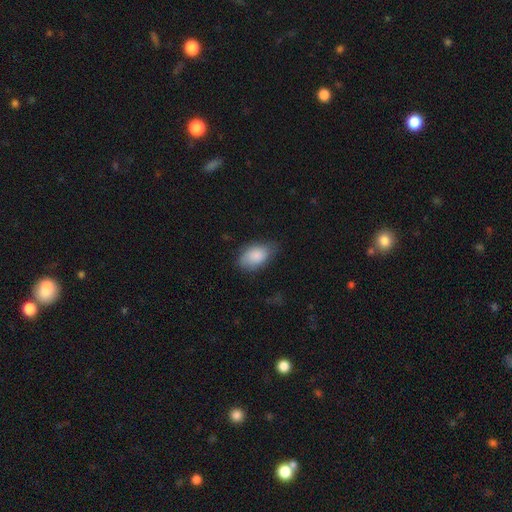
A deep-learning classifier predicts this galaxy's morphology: type=smooth (84%); roundness=in between (91%); merging=none (65%).